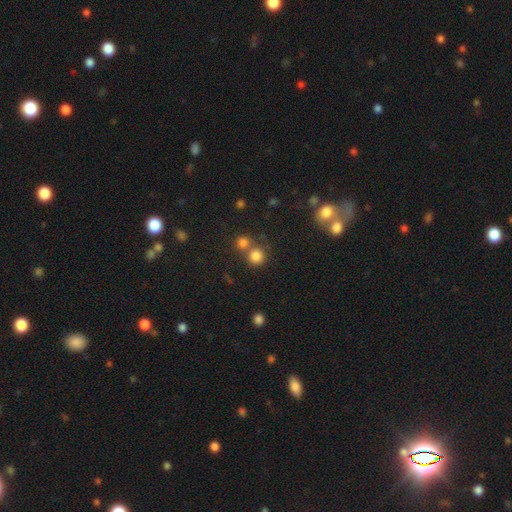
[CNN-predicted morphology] type=smooth (80%); roundness=round (90%); merging=none (59%).